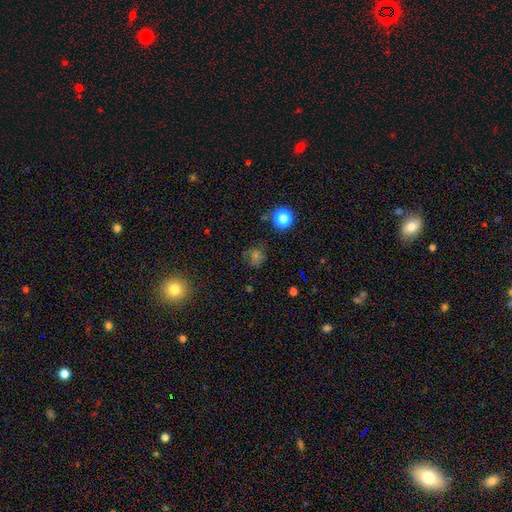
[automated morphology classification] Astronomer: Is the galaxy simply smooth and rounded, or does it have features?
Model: smooth — 48% (runner-up: star or artifact, 33%).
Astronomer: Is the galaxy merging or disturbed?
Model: none — 71%.